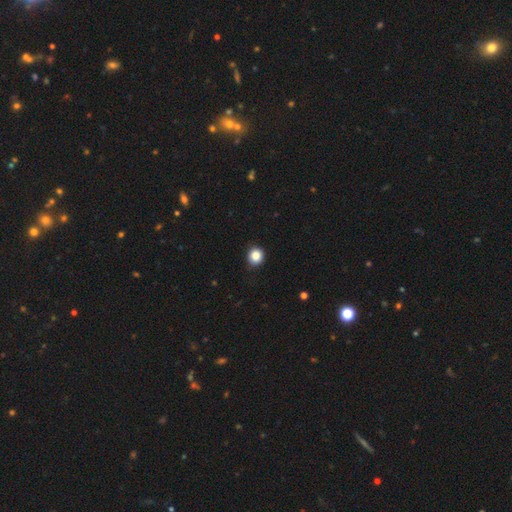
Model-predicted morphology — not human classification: This is clearly a smooth galaxy (87%). How rounded: clearly round (85%). Merging: clearly none (87%).